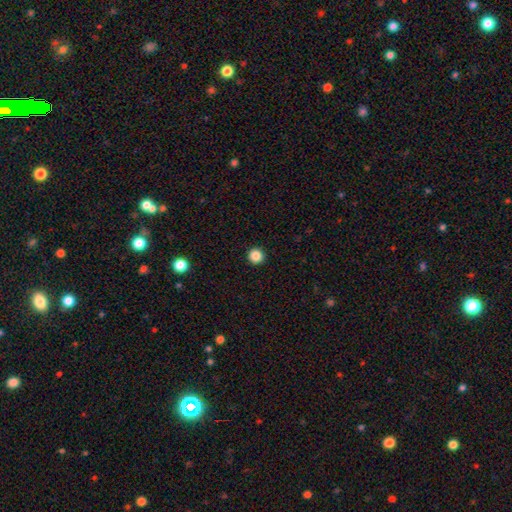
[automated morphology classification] smooth-or-featured: smooth: 86% | star or artifact: 11% | featured or disk: 3%
  how-rounded: round: 95% | in between: 4% | cigar-shaped: 1%
  merging: none: 94% | minor disturbance: 4% | major disturbance: 2% | merger: 1%